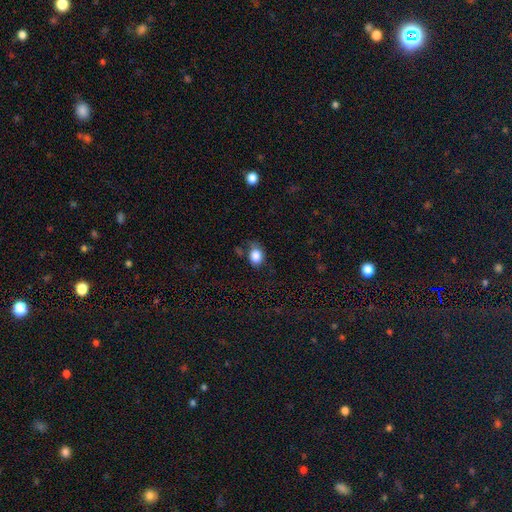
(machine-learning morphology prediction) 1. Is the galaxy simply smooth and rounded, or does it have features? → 85% smooth, 9% star or artifact, 5% featured or disk.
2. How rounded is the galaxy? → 60% in between, 39% round, 1% cigar-shaped.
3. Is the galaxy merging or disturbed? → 66% none, 24% minor disturbance, 7% major disturbance, 4% merger.